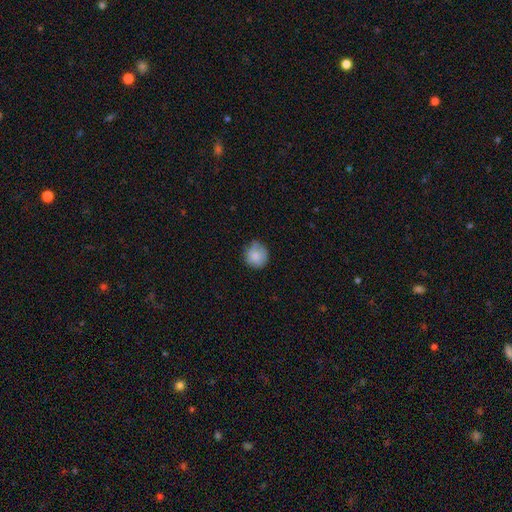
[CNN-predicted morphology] Smooth or featured? smooth (80%)
How rounded? round (89%)
Merging? none (70%)